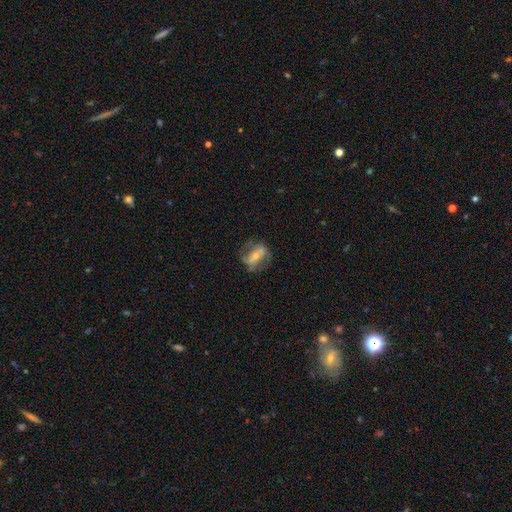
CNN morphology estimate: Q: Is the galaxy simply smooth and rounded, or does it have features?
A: featured or disk — 67%.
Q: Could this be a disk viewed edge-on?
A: no — 92%.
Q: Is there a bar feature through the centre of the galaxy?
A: strong — 49%.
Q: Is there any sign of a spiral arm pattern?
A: yes — 67%.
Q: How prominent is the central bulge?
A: small — 55%.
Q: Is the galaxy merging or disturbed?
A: none — 59%.